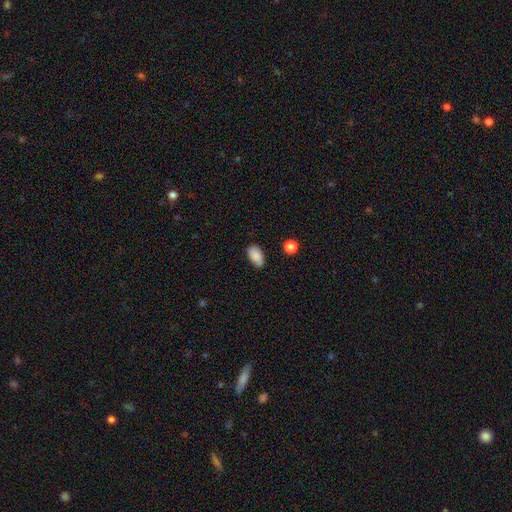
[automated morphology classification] smooth_or_featured: smooth (p=0.87) [alt: star or artifact p=0.08]
how_rounded: in between (p=0.92) [alt: round p=0.06]
merging: none (p=0.77) [alt: minor disturbance p=0.19]